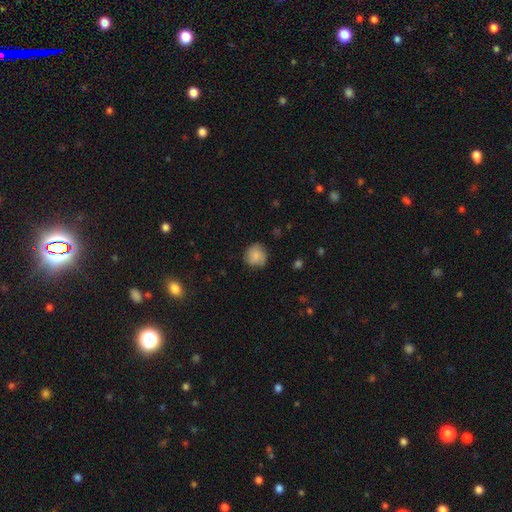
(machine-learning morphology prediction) Smooth or featured? smooth (78%)
How rounded? round (90%)
Merging? none (77%)